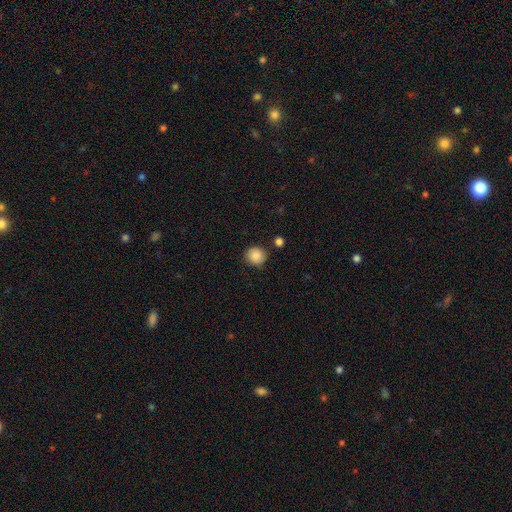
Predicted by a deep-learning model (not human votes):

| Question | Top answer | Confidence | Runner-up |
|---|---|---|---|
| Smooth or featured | smooth | 88% | star or artifact (9%) |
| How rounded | round | 90% | in between (9%) |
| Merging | none | 82% | minor disturbance (12%) |